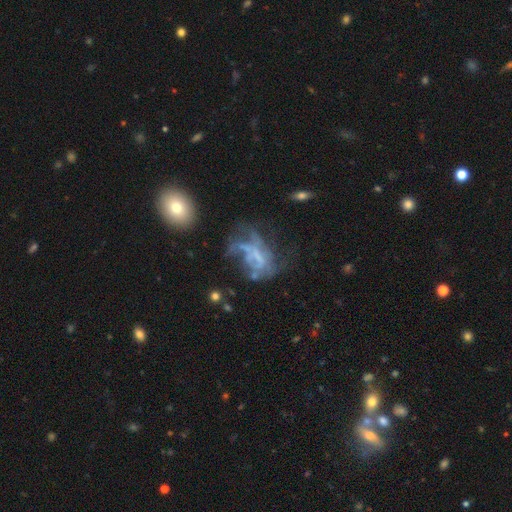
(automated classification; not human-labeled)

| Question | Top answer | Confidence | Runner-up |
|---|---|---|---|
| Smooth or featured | featured or disk | 60% | star or artifact (20%) |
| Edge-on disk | no | 95% | yes (5%) |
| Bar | no | 70% | weak (20%) |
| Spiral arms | no | 67% | yes (33%) |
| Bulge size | none | 62% | small (21%) |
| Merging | major disturbance | 45% | none (28%) |